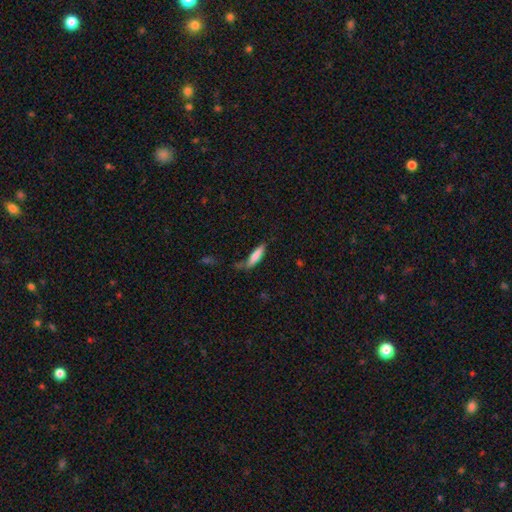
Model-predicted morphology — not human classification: Overall: smooth (77%). How rounded: cigar-shaped (75%). Merging: none (54%; minor disturbance 27%).